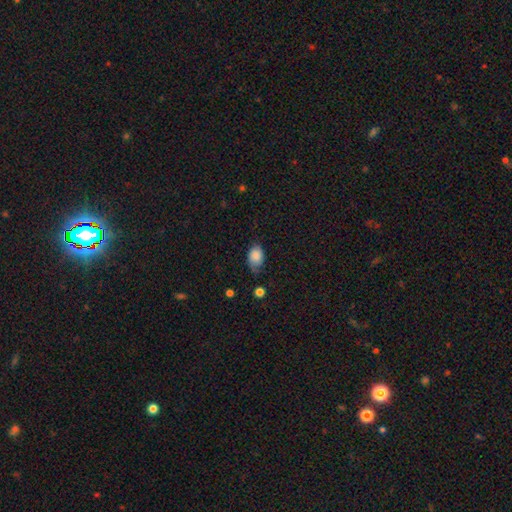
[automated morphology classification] type=smooth (83%); roundness=in between (84%); merging=none (52%).